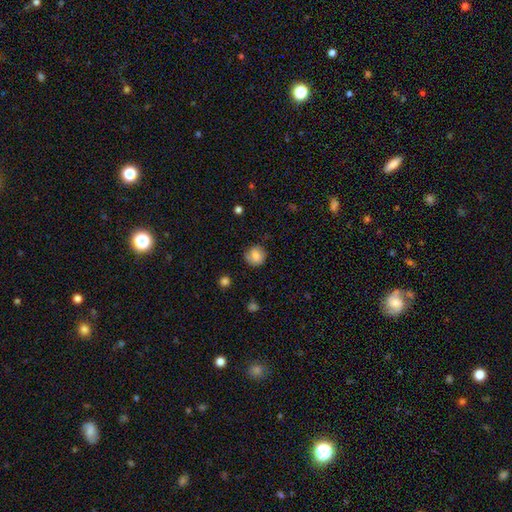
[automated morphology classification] Smooth or featured? Predicted: smooth (p=0.75). How rounded? Predicted: round (p=0.87). Merging? Predicted: none (p=0.75).